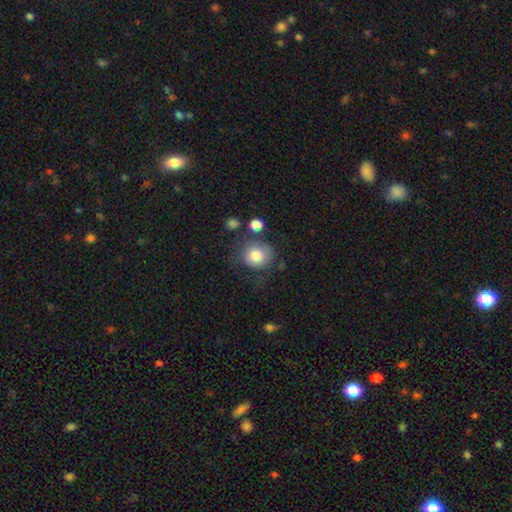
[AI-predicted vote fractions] smooth 82%, featured or disk 10%, star or artifact 8%. Down the decision tree: how rounded — round (76%); merging — none (60%).